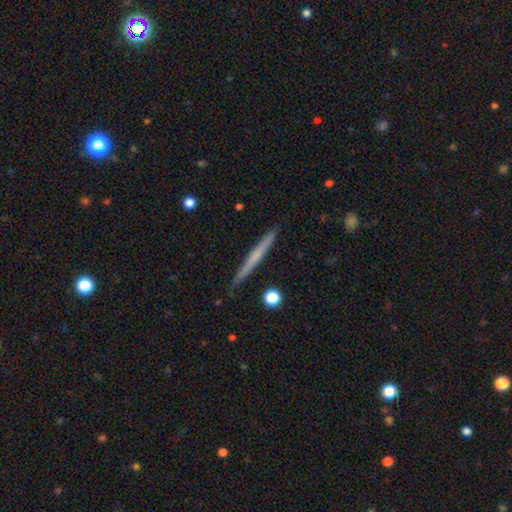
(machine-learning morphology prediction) Smooth or featured: featured or disk — 49% (smooth — 45%)
Merging: none — 90% (minor disturbance — 7%)